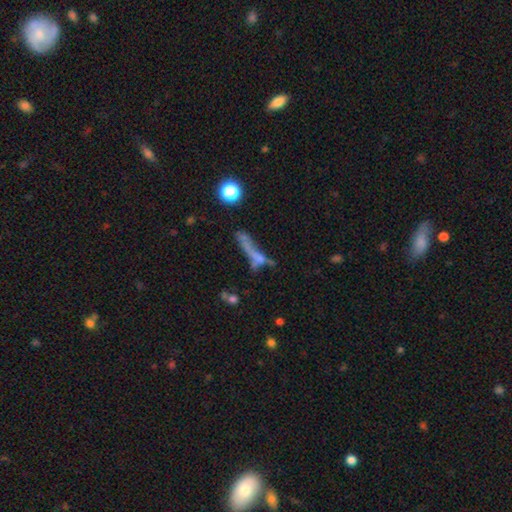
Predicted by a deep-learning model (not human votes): A smooth galaxy with no disk features (47%).

Vote fractions:
- Smooth or featured? smooth: 47% / featured or disk: 34% / star or artifact: 19%
- Merging? none: 35% / merger: 26% / major disturbance: 22% / minor disturbance: 17%